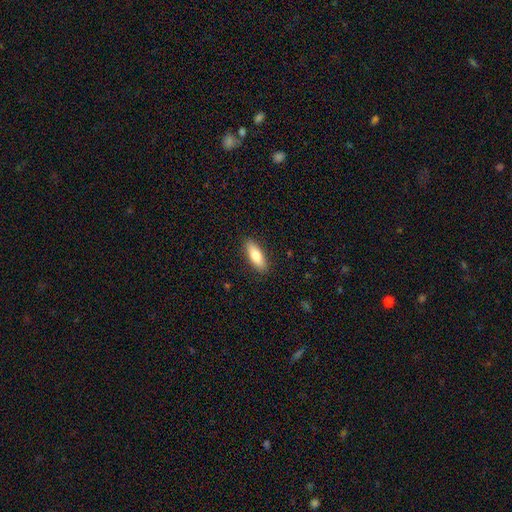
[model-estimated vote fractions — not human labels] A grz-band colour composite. It shows a smooth galaxy with no disk features (78%) that is in between round and cigar-shaped (59%). Merging: none (89%).